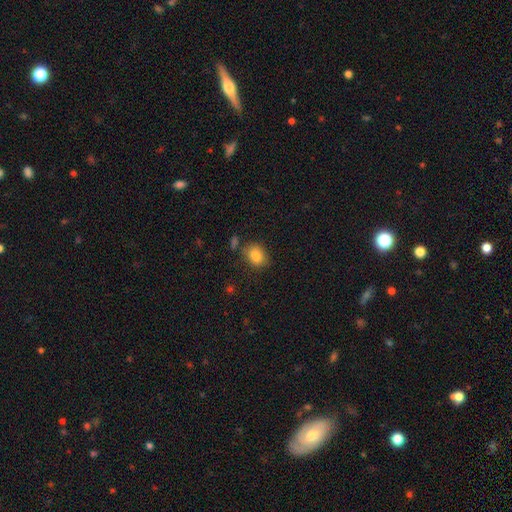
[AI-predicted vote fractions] Smooth or featured? smooth (84%)
How rounded? in between (58%)
Merging? none (77%)